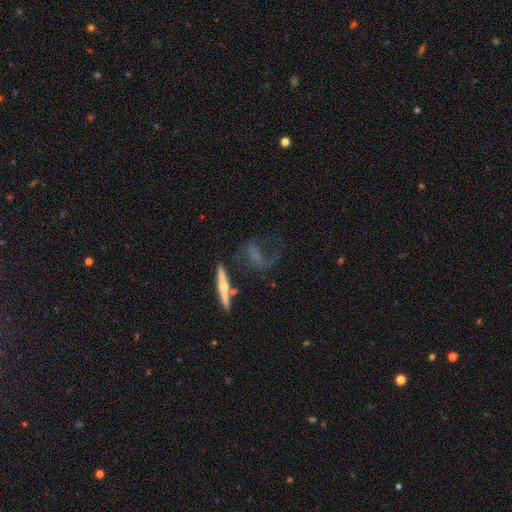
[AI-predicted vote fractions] Smooth or featured? featured or disk (59%)
Edge-on disk? no (58%)
Merging? none (41%)